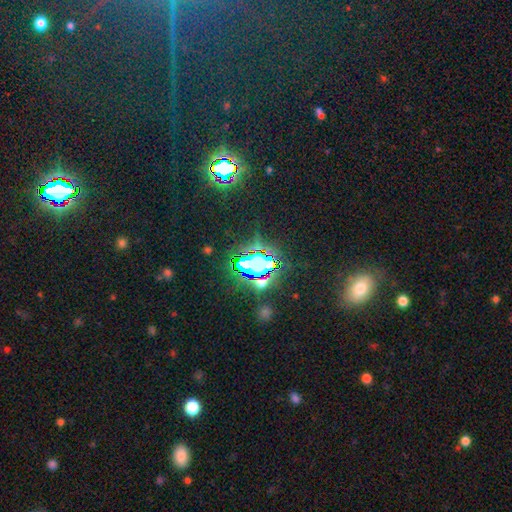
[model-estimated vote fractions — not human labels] This is likely a star or artifact rather than a galaxy (78%).